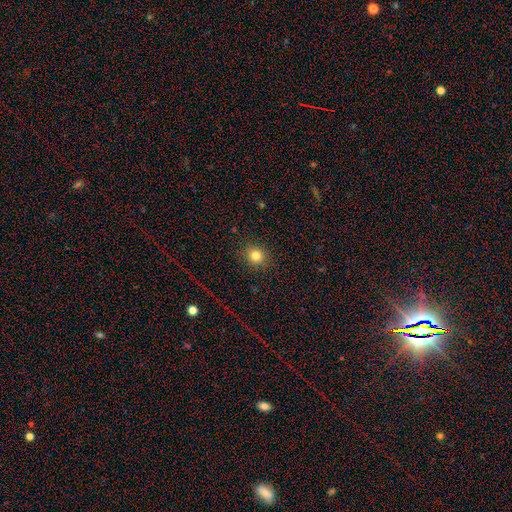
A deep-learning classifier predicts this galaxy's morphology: type=smooth (82%); roundness=round (85%); merging=none (90%).